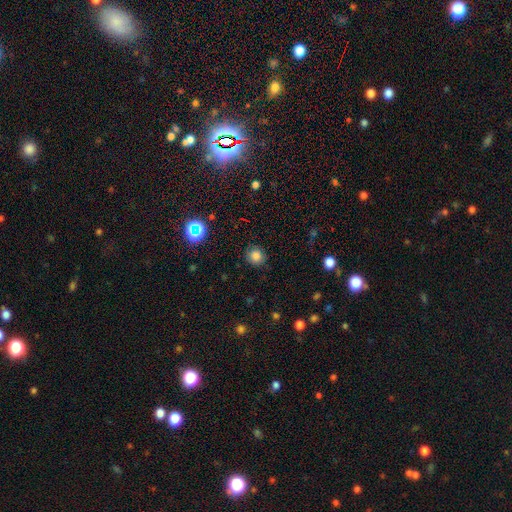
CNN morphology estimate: A smooth galaxy with no disk features (79%) that is round (89%). Merging: none (87%).